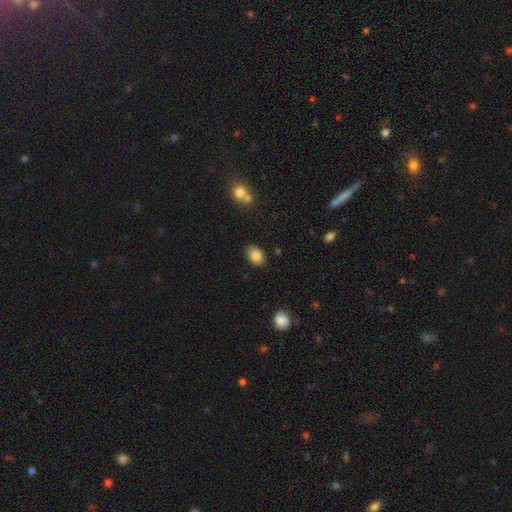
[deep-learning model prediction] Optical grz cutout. It shows a smooth galaxy with no disk features (84%) that is in between round and cigar-shaped (82%). Merging: none (85%).